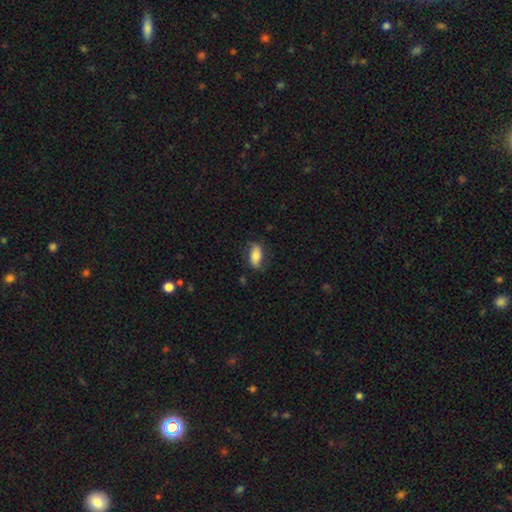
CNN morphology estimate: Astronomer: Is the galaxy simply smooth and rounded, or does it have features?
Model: smooth — 74%.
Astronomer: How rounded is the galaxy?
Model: in between — 85%.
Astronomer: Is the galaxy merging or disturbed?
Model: none — 73%.